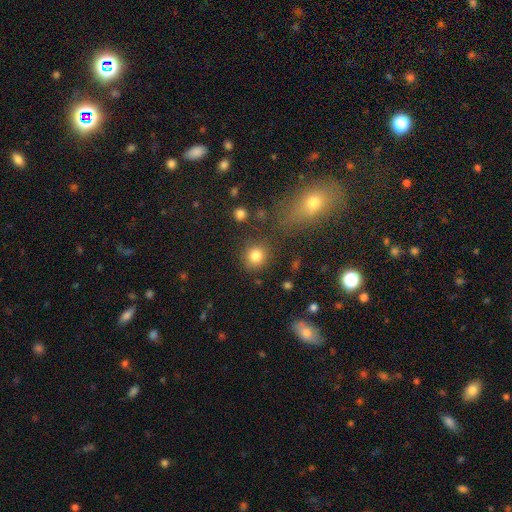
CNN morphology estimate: This is clearly a smooth galaxy (82%). How rounded: clearly round (86%). Merging: likely none (79%).